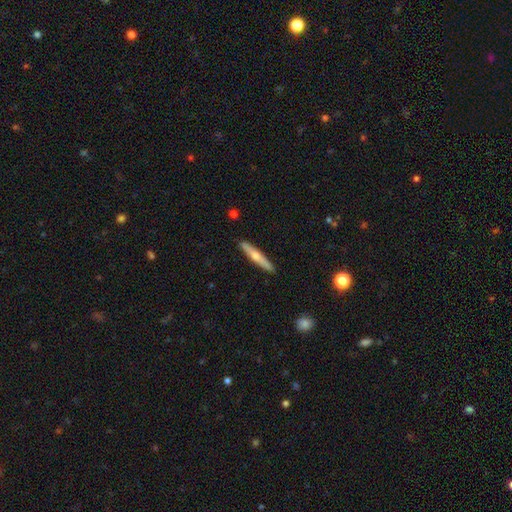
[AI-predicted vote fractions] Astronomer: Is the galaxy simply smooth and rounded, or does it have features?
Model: featured or disk — 53% (runner-up: smooth, 41%).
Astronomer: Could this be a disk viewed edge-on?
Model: yes — 95%.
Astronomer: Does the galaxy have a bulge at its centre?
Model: rounded — 86%.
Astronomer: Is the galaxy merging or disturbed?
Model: none — 91%.